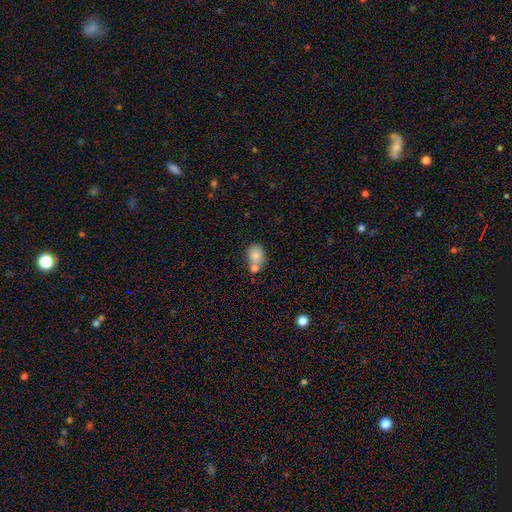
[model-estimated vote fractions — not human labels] Smooth or featured? smooth (78%)
How rounded? round (50%)
Merging? none (43%)